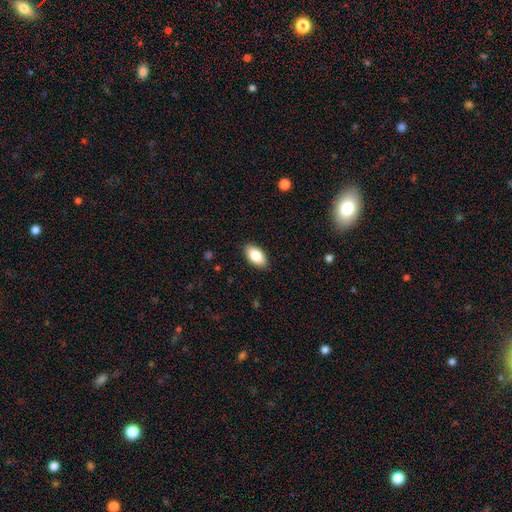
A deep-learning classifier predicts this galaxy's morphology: smooth 85%, featured or disk 8%, star or artifact 7%. Down the decision tree: how rounded — in between (94%); merging — none (88%).